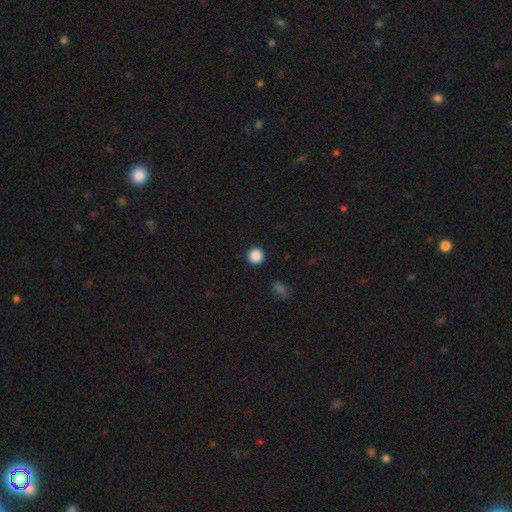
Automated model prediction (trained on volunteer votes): Smooth or featured?
  - smooth: 87% *
  - star or artifact: 10%
  - featured or disk: 3%
How rounded?
  - round: 95% *
  - in between: 4%
  - cigar-shaped: 1%
Merging?
  - none: 93% *
  - minor disturbance: 4%
  - major disturbance: 2%
  - merger: 1%